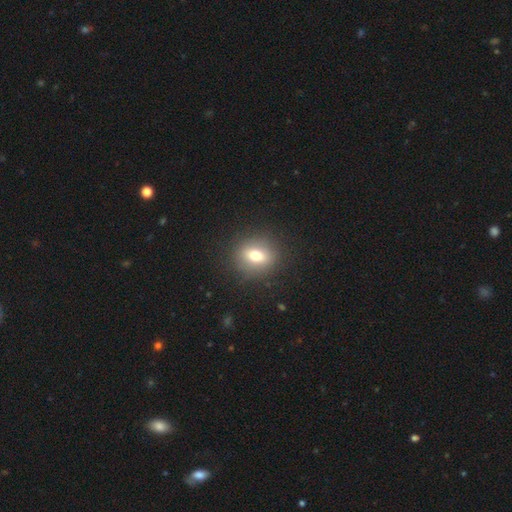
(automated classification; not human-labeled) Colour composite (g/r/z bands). It shows a smooth galaxy with no disk features (69%) that is round (67%). Merging: none (88%).